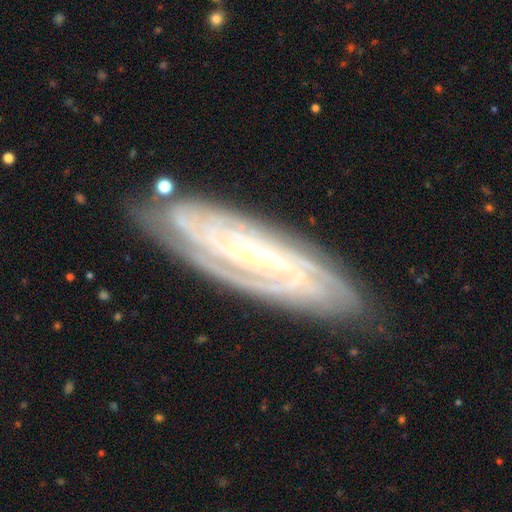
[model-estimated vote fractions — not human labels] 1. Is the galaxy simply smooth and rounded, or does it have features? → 86% featured or disk, 8% smooth, 6% star or artifact.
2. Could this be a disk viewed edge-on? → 84% no, 16% yes.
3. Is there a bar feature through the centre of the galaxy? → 51% no, 30% weak, 19% strong.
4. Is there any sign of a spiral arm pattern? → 97% yes, 3% no.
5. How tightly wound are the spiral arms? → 73% tight, 23% medium, 4% loose.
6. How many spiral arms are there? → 30% can't tell, 19% 3, 19% 2, 17% 4, 9% more than 4, 6% 1.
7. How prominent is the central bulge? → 82% small, 14% moderate, 2% none, 1% large, 1% dominant.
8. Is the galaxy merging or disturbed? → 82% none, 14% minor disturbance, 3% major disturbance, 2% merger.